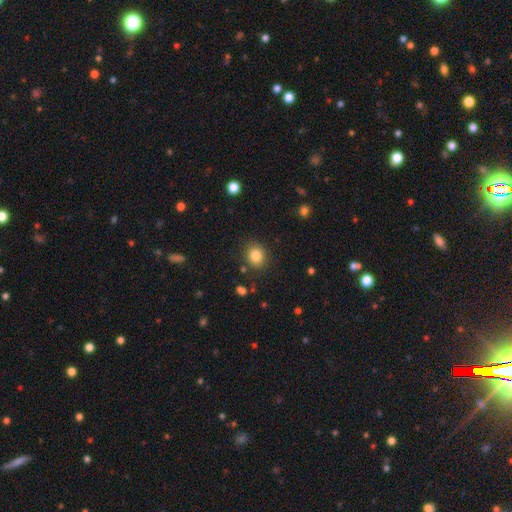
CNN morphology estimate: Smooth or featured: smooth — 83% (star or artifact — 11%)
How rounded: round — 73% (in between — 26%)
Merging: none — 86% (minor disturbance — 9%)